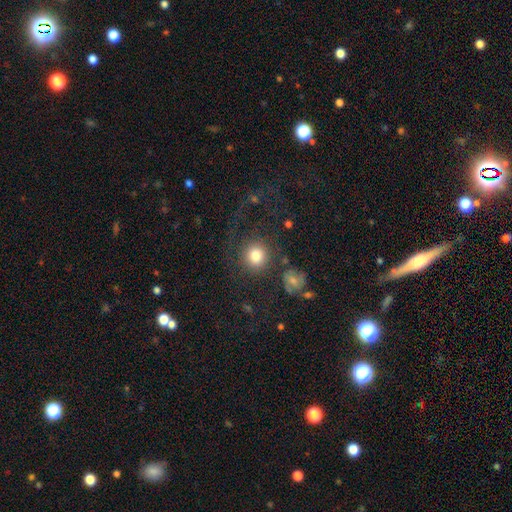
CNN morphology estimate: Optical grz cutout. It shows a smooth galaxy with no disk features (79%) that is round (90%). Merging: none (71%).